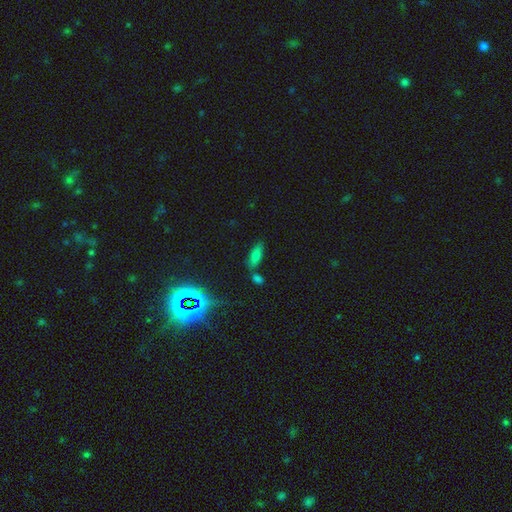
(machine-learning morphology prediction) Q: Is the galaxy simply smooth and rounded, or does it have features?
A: smooth — 67%.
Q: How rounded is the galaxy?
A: in between — 67%.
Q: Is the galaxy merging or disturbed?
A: none — 65%.